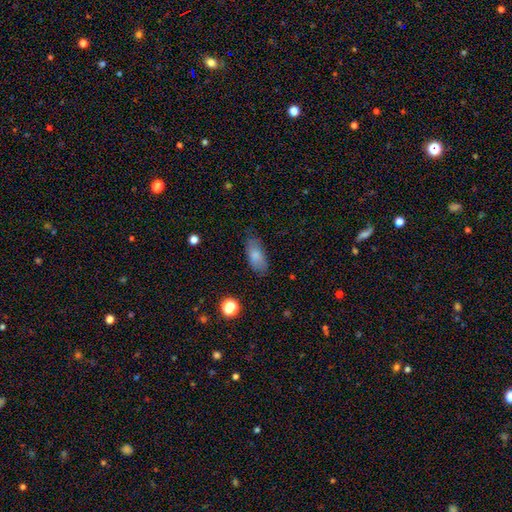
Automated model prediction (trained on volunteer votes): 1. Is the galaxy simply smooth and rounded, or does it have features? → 82% smooth, 10% featured or disk, 8% star or artifact.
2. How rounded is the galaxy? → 85% in between, 12% cigar-shaped, 3% round.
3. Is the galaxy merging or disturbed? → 79% none, 16% minor disturbance, 4% major disturbance, 1% merger.